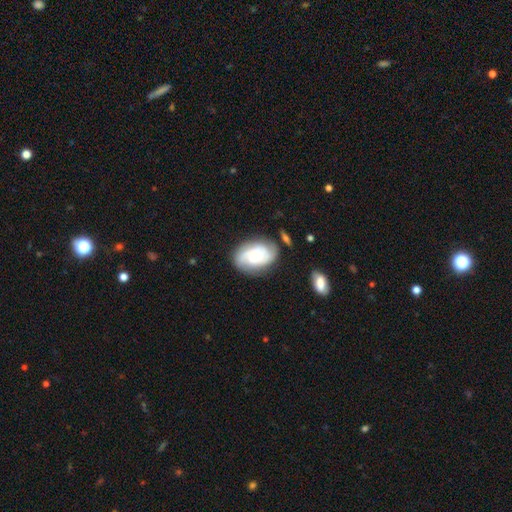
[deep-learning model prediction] Smooth or featured? Predicted: featured or disk (p=0.64). Edge-on disk? Predicted: no (p=0.96). Bar? Predicted: no (p=0.71). Spiral arms? Predicted: yes (p=0.89). Spiral winding? Predicted: tight (p=0.48). Spiral arm count? Predicted: 2 (p=0.51). Bulge size? Predicted: moderate (p=0.49). Merging? Predicted: none (p=0.71).